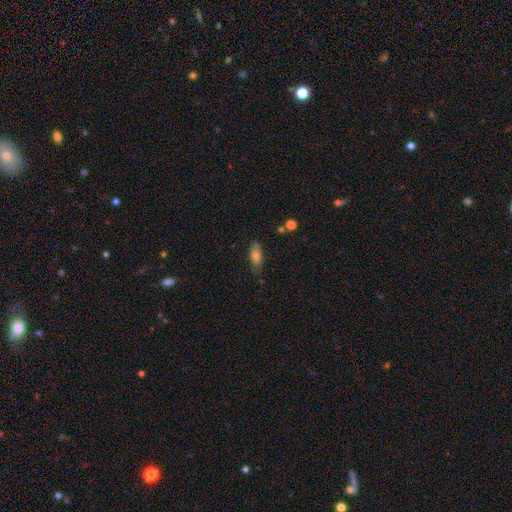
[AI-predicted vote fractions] A smooth galaxy with no disk features (75%) that is in between round and cigar-shaped (76%). Merging: none (74%).